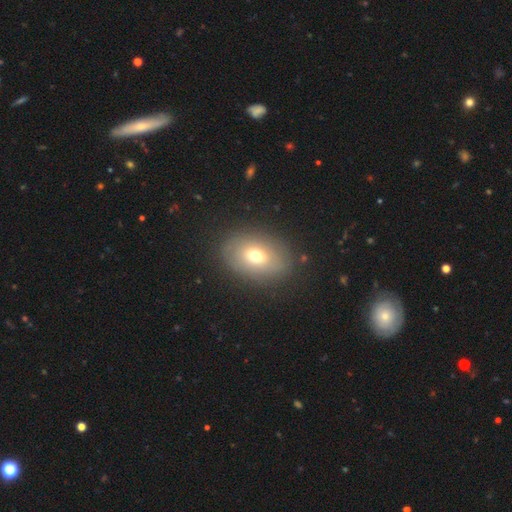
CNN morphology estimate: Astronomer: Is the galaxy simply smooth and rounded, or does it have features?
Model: smooth — 64%.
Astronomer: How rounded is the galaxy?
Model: in between — 75%.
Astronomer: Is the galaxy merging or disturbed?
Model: none — 83%.